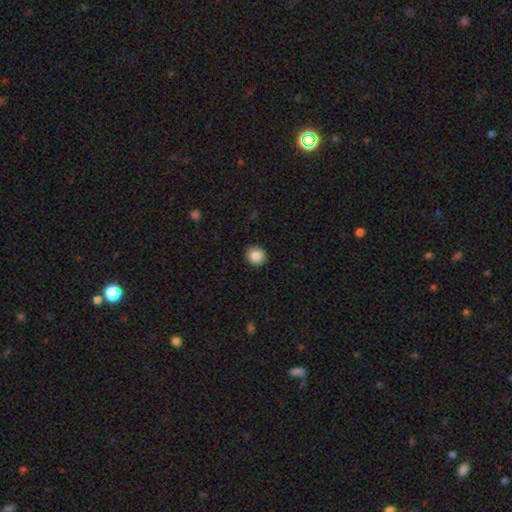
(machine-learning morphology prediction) Smooth or featured? Predicted: smooth (p=0.87). How rounded? Predicted: round (p=0.88). Merging? Predicted: none (p=0.91).